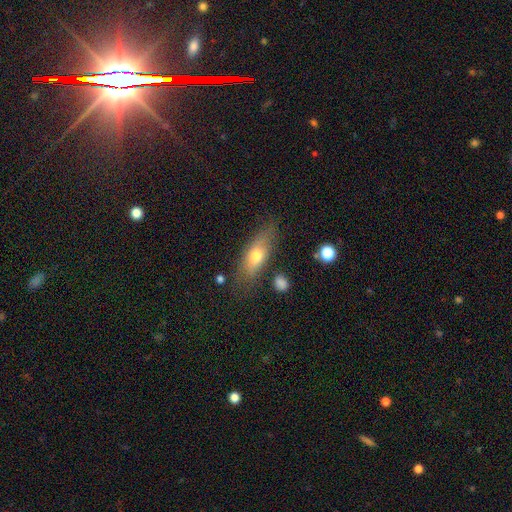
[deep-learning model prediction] Overall: smooth (64%; featured or disk 28%). How rounded: in between (65%; cigar-shaped 29%). Merging: none (71%).